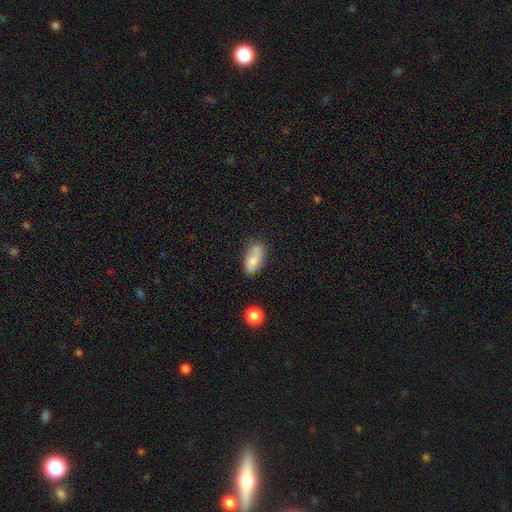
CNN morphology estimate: A smooth galaxy with no disk features (71%) that is in between round and cigar-shaped (87%). Merging: none (59%).